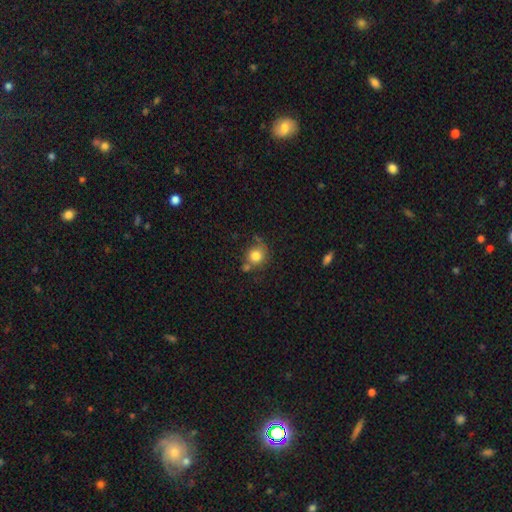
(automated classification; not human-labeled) smooth 81%, star or artifact 10%, featured or disk 9%. Down the decision tree: how rounded — round (85%); merging — none (57%).